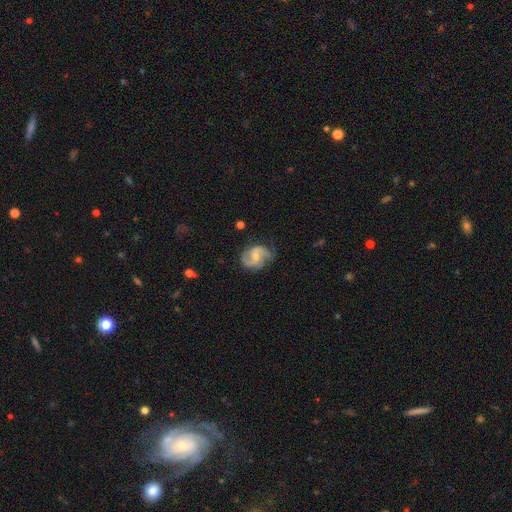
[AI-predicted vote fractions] Smooth or featured: featured or disk — 81% (smooth — 14%)
Edge-on disk: no — 98% (yes — 2%)
Bar: weak — 49% (no — 39%)
Spiral arms: yes — 95% (no — 5%)
Spiral winding: medium — 50% (loose — 32%)
Spiral arm count: 2 — 87% (can't tell — 5%)
Bulge size: small — 51% (moderate — 40%)
Merging: none — 68% (minor disturbance — 22%)